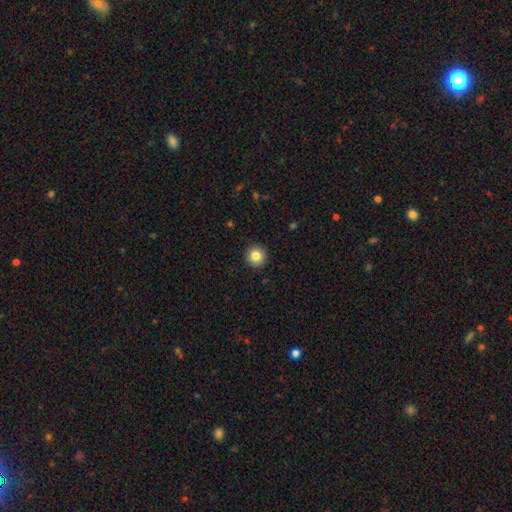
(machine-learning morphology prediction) smooth 83%, star or artifact 10%, featured or disk 7%. Down the decision tree: how rounded — round (93%); merging — none (92%).